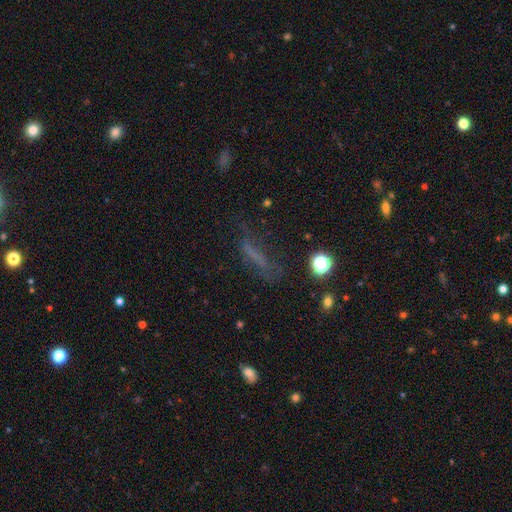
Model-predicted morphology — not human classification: Q: Smooth or featured?
A: smooth (48%); runner-up: featured or disk (29%)
Q: Merging?
A: none (55%); runner-up: minor disturbance (22%)